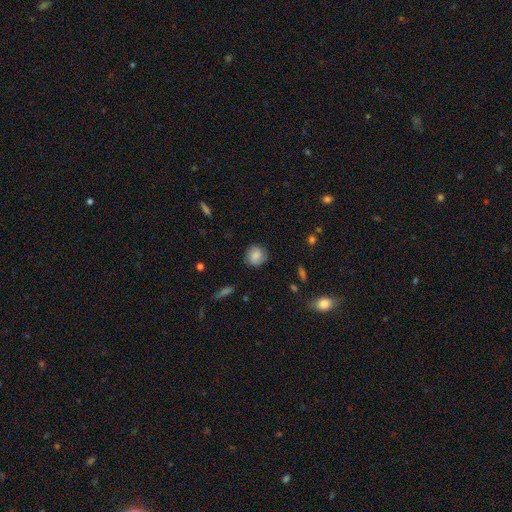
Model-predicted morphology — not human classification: Smooth or featured? smooth (68%)
How rounded? round (84%)
Merging? none (79%)